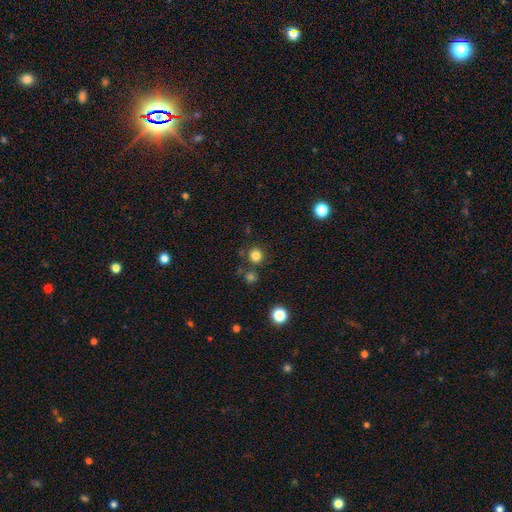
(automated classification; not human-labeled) Q: Smooth or featured?
A: smooth (81%); runner-up: star or artifact (14%)
Q: How rounded?
A: round (92%); runner-up: in between (7%)
Q: Merging?
A: none (80%); runner-up: merger (9%)